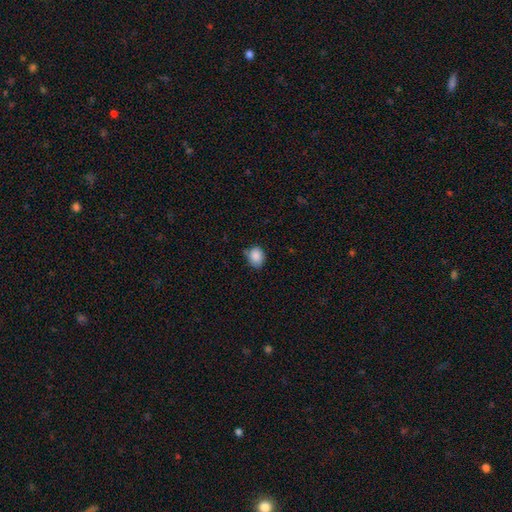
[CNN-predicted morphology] A smooth galaxy with no disk features (87%) that is round (60%).

Vote fractions:
- Smooth or featured? smooth: 87% / star or artifact: 9% / featured or disk: 4%
- How rounded? round: 60% / in between: 39% / cigar-shaped: 1%
- Merging? none: 65% / minor disturbance: 27% / major disturbance: 4% / merger: 3%